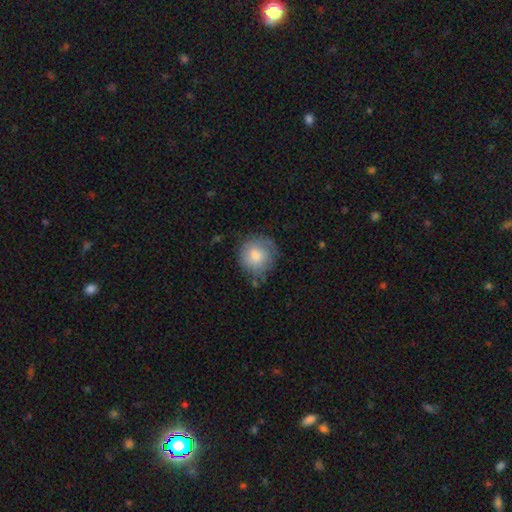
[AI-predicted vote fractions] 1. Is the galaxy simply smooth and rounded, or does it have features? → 76% smooth, 17% featured or disk, 7% star or artifact.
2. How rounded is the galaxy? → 89% round, 10% in between, 1% cigar-shaped.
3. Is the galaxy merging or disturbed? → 66% none, 23% minor disturbance, 8% major disturbance, 2% merger.